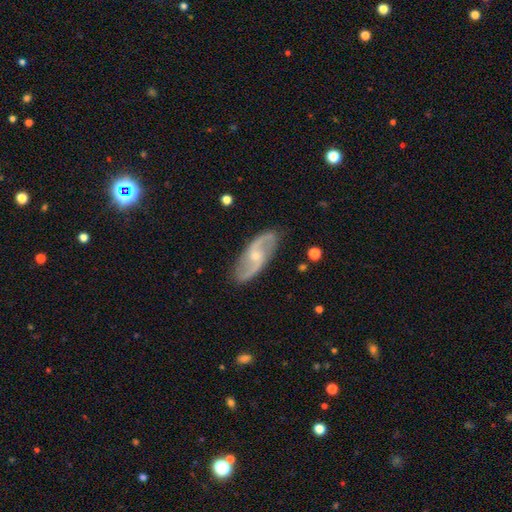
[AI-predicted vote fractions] smooth_or_featured: featured or disk (p=0.86) [alt: smooth p=0.09]
disk_edge_on: no (p=0.94) [alt: yes p=0.06]
bar: no (p=0.52) [alt: weak p=0.39]
has_spiral_arms: yes (p=0.95) [alt: no p=0.05]
spiral_winding: loose (p=0.50) [alt: medium p=0.38]
spiral_arm_count: 2 (p=0.92) [alt: can't tell p=0.03]
bulge_size: small (p=0.63) [alt: moderate p=0.33]
merging: none (p=0.85) [alt: minor disturbance p=0.11]